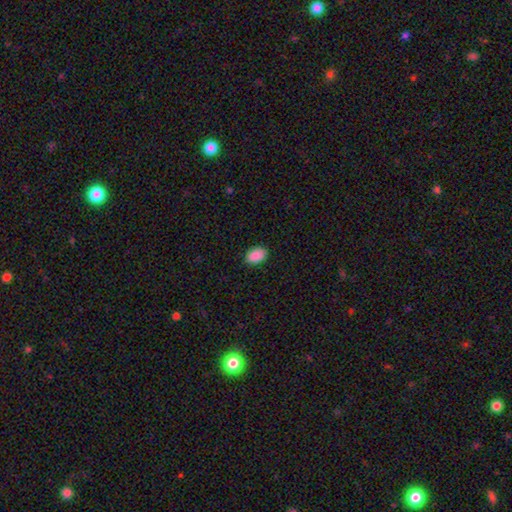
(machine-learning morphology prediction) Overall: smooth (90%). How rounded: in between (87%). Merging: none (87%).